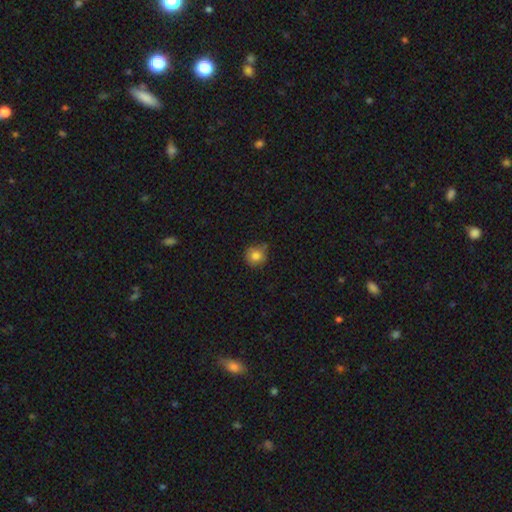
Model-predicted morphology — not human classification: Smooth or featured? Predicted: smooth (p=0.81). How rounded? Predicted: round (p=0.92). Merging? Predicted: none (p=0.71).